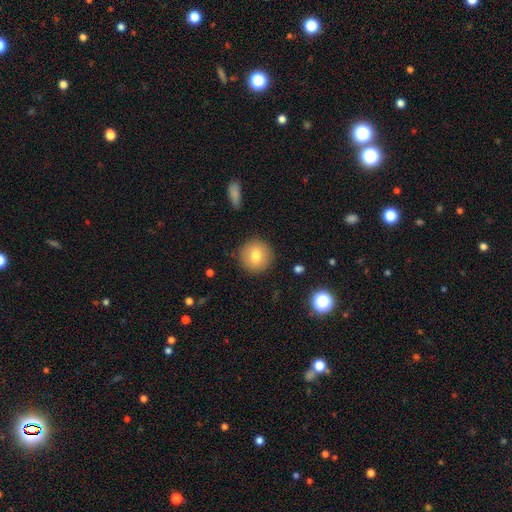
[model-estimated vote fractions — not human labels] smooth-or-featured: smooth: 76% | featured or disk: 15% | star or artifact: 9%
  how-rounded: round: 94% | in between: 5% | cigar-shaped: 1%
  merging: none: 89% | minor disturbance: 7% | major disturbance: 2% | merger: 1%